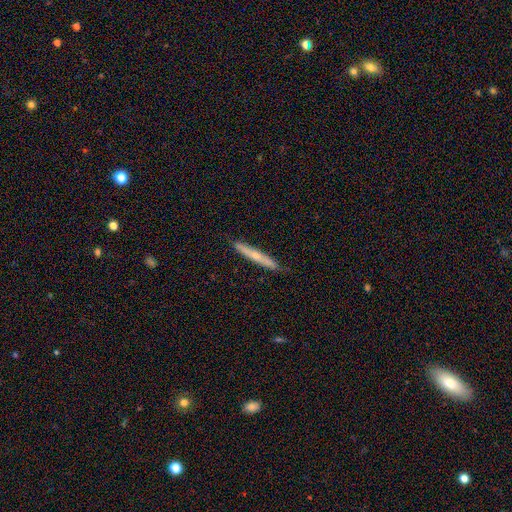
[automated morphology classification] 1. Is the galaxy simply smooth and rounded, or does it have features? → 48% featured or disk, 46% smooth, 6% star or artifact.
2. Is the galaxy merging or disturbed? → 86% none, 11% minor disturbance, 2% major disturbance, 1% merger.